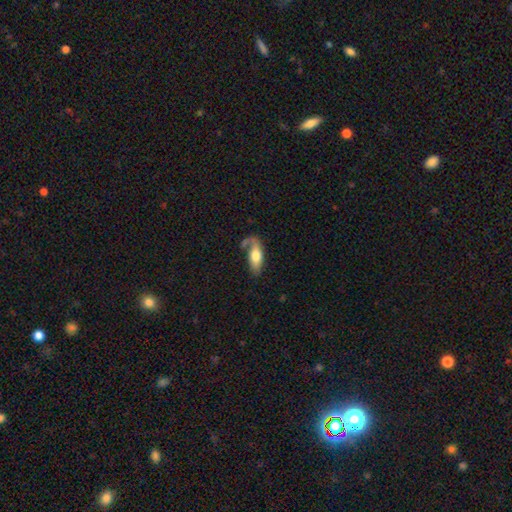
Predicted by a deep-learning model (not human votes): Overall: smooth (59%; featured or disk 35%). How rounded: in between (76%). Merging: none (43%; major disturbance 22%).